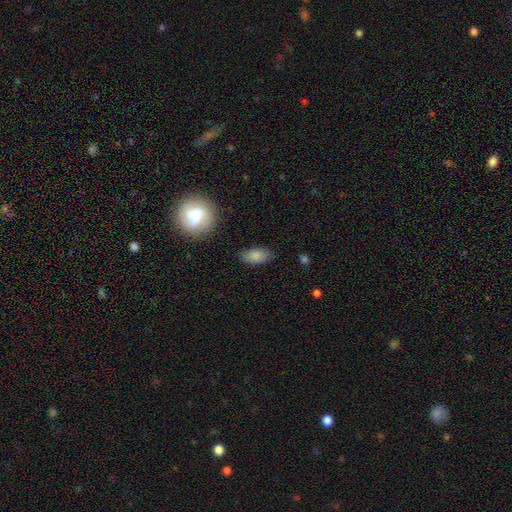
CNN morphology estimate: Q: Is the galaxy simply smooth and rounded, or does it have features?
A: smooth — 84%.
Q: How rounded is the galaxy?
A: in between — 91%.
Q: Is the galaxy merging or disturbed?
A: none — 82%.